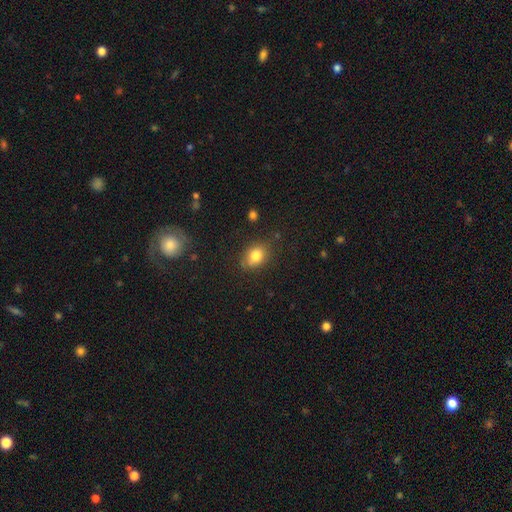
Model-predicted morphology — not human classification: This appears to be a smooth galaxy with no disk features (79%) that is in between round and cigar-shaped (62%). Merging: none (74%).